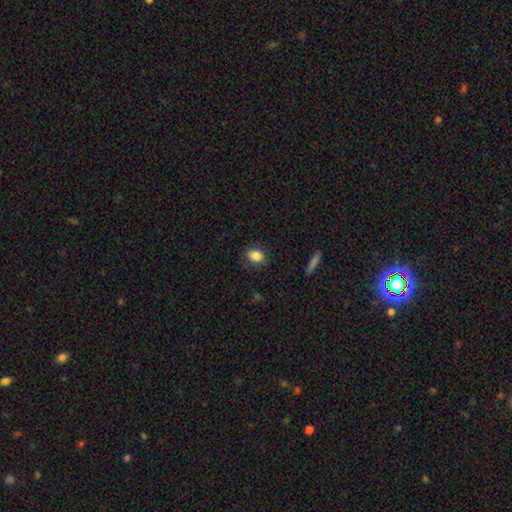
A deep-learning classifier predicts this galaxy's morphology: Smooth or featured: smooth — 86% (star or artifact — 9%)
How rounded: in between — 69% (round — 29%)
Merging: none — 83% (minor disturbance — 13%)